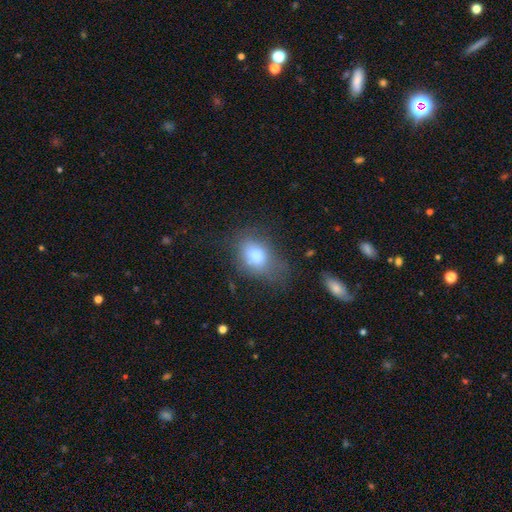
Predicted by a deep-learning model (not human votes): A smooth galaxy with no disk features (76%) that is in between round and cigar-shaped (75%).

Vote fractions:
- Smooth or featured? smooth: 76% / featured or disk: 14% / star or artifact: 10%
- How rounded? in between: 75% / round: 23% / cigar-shaped: 2%
- Merging? none: 41% / minor disturbance: 31% / major disturbance: 23% / merger: 5%